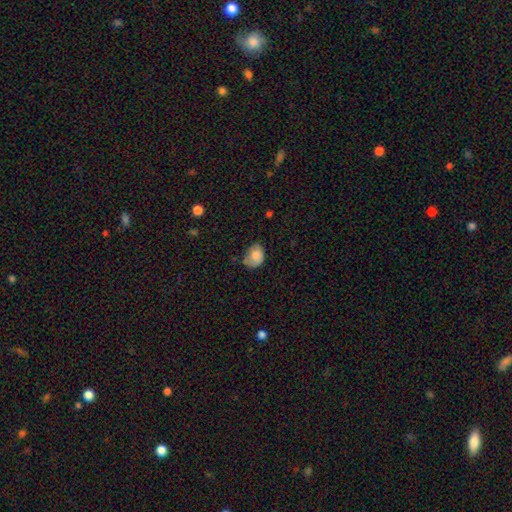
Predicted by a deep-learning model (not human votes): Smooth or featured?
  - smooth: 78% *
  - featured or disk: 14%
  - star or artifact: 8%
How rounded?
  - in between: 65% *
  - round: 34%
  - cigar-shaped: 1%
Merging?
  - none: 47% *
  - minor disturbance: 38%
  - major disturbance: 13%
  - merger: 3%